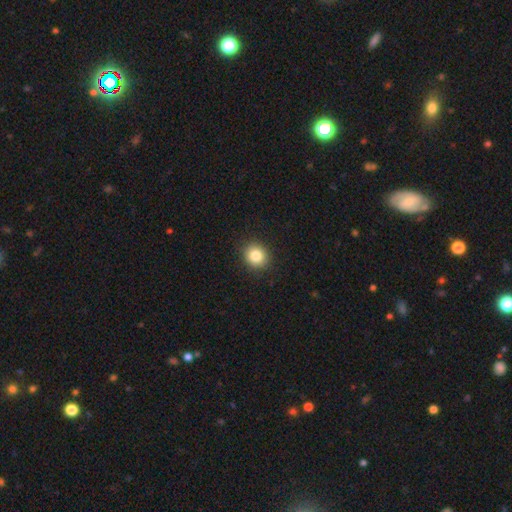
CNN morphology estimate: Smooth or featured: smooth — 84% (star or artifact — 10%)
How rounded: round — 82% (in between — 18%)
Merging: none — 90% (minor disturbance — 7%)